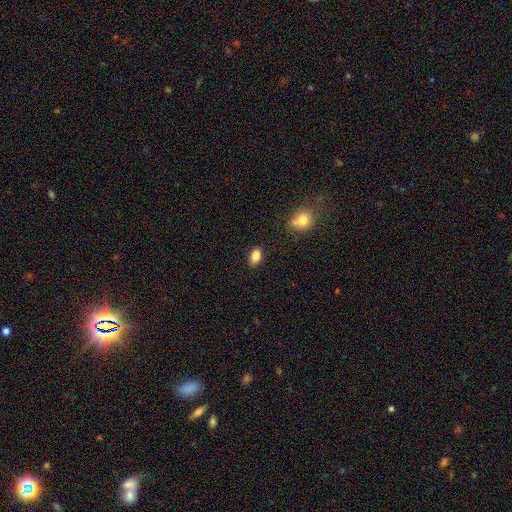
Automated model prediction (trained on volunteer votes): Overall: smooth (85%). How rounded: in between (84%). Merging: none (84%).